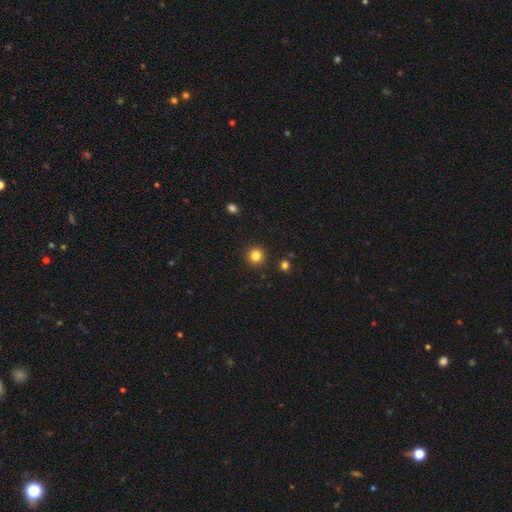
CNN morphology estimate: This appears to be a smooth galaxy with no disk features (83%) that is round (95%). Merging: none (92%).